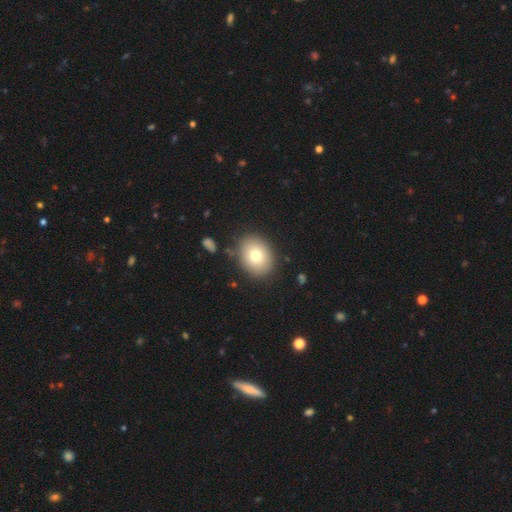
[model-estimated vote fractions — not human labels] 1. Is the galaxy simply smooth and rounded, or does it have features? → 75% smooth, 15% featured or disk, 10% star or artifact.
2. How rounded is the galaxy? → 53% in between, 46% round, 1% cigar-shaped.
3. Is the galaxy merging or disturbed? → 84% none, 10% minor disturbance, 3% major disturbance, 2% merger.